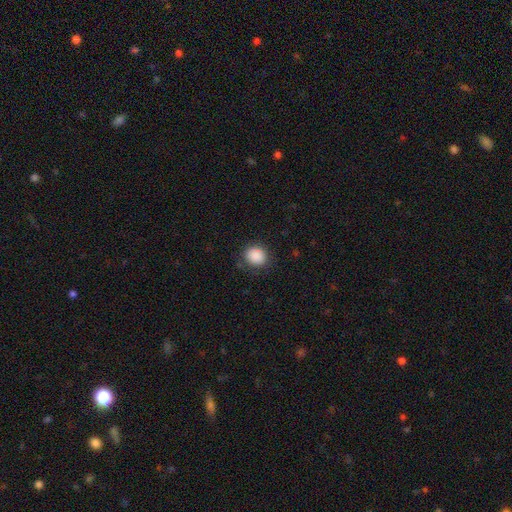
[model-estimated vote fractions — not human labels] A smooth galaxy with no disk features (88%) that is round (76%). Merging: none (85%).